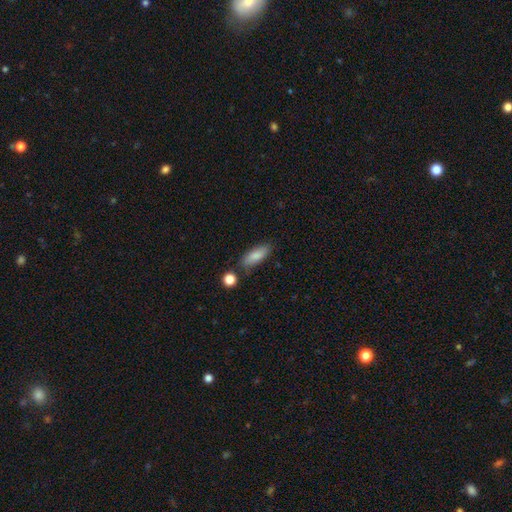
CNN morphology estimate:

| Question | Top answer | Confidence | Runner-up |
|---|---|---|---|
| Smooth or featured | smooth | 82% | featured or disk (10%) |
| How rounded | in between | 73% | cigar-shaped (24%) |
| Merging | none | 73% | minor disturbance (18%) |